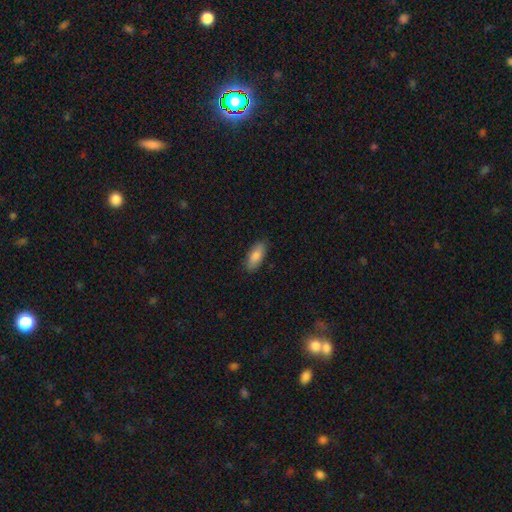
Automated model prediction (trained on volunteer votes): smooth 84%, featured or disk 10%, star or artifact 6%. Down the decision tree: how rounded — in between (84%); merging — none (86%).